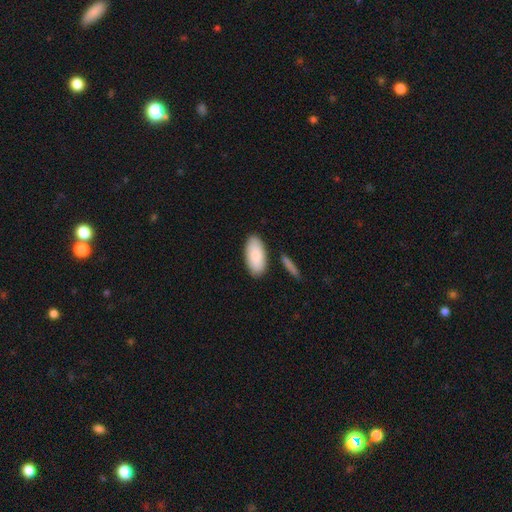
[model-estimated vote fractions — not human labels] The model was most divided on "merging": none: 83%, minor disturbance: 10%, merger: 4%, major disturbance: 2%. More confident: how rounded — in between (93%); smooth or featured — smooth (86%).